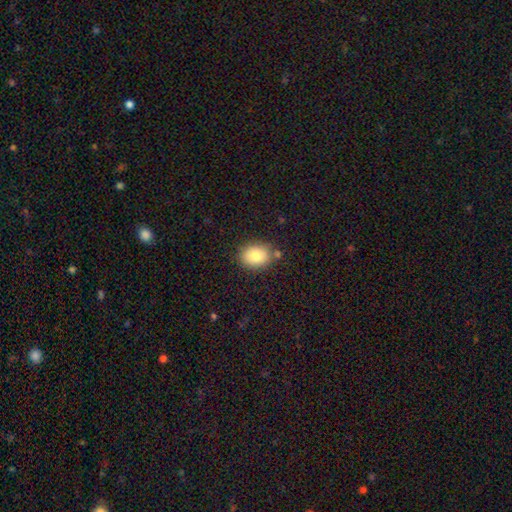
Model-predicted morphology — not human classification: This is clearly a smooth galaxy (82%). How rounded: possibly in between (59%). Merging: likely none (79%).